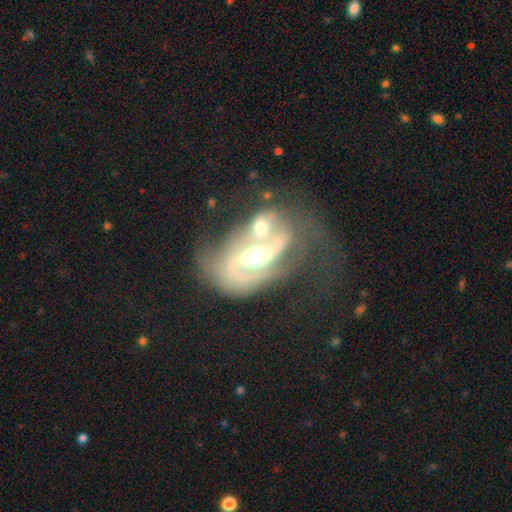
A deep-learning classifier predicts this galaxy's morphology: Smooth or featured: featured or disk — 81% (smooth — 13%)
Edge-on disk: no — 95% (yes — 5%)
Bar: weak — 35% (strong — 33%)
Spiral arms: yes — 82% (no — 18%)
Spiral winding: medium — 44% (loose — 32%)
Spiral arm count: 2 — 70% (can't tell — 13%)
Bulge size: moderate — 63% (large — 26%)
Merging: merger — 52% (none — 19%)